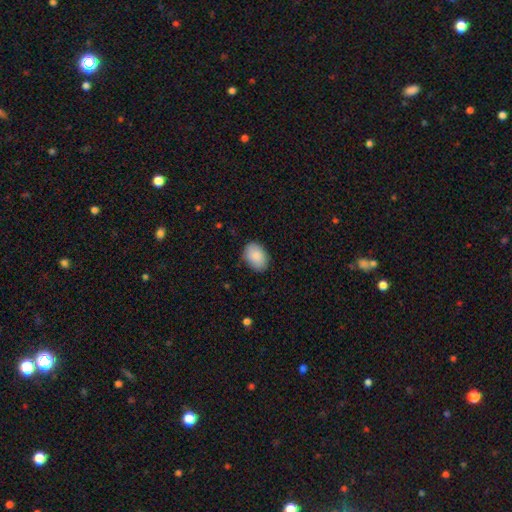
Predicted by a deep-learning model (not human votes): Q: Smooth or featured?
A: smooth (89%); runner-up: star or artifact (6%)
Q: How rounded?
A: in between (80%); runner-up: round (19%)
Q: Merging?
A: none (83%); runner-up: minor disturbance (13%)